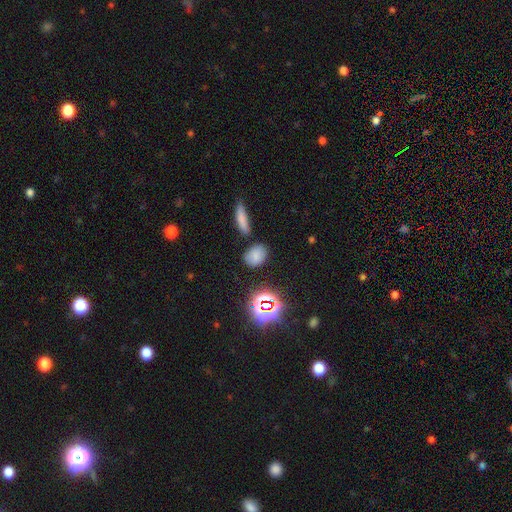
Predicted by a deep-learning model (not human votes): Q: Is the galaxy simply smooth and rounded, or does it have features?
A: smooth — 73%.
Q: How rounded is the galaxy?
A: in between — 62%.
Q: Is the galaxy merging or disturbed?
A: none — 78%.